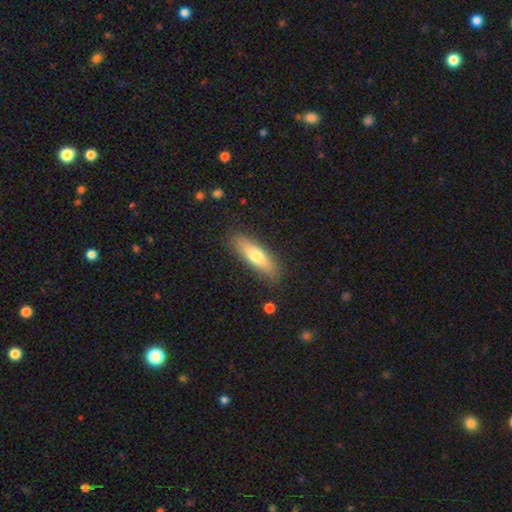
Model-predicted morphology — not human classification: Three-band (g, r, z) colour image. It shows a smooth galaxy with no disk features (68%) that is cigar-shaped (57%). Merging: none (86%).